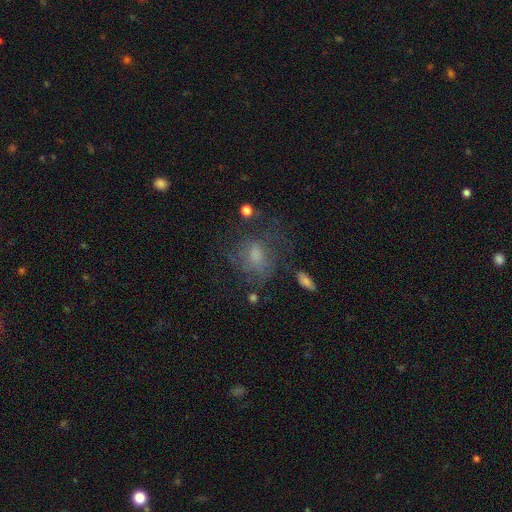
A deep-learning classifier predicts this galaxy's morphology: Smooth or featured?
  - smooth: 48% *
  - featured or disk: 36%
  - star or artifact: 16%
Merging?
  - none: 48% *
  - major disturbance: 27%
  - minor disturbance: 21%
  - merger: 4%